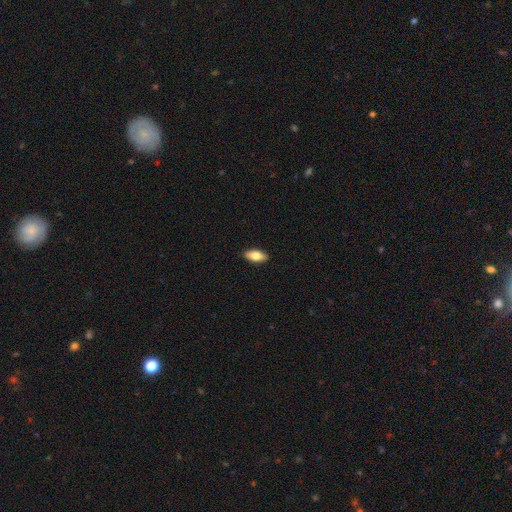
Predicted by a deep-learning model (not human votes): This is likely a smooth galaxy (78%). How rounded: clearly in between (87%). Merging: clearly none (90%).